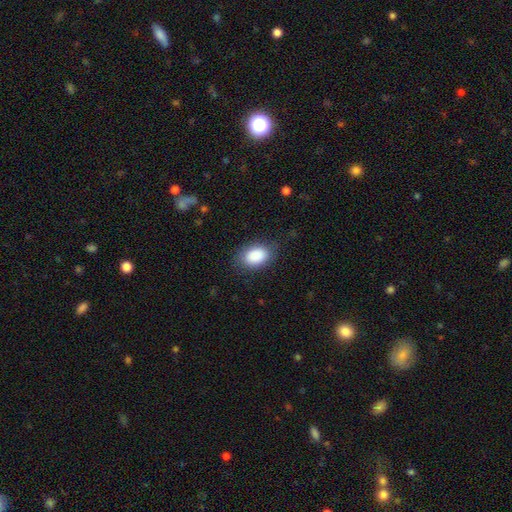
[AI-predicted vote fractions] The model was most divided on "merging": none: 82%, minor disturbance: 13%, major disturbance: 4%, merger: 1%. More confident: smooth or featured — smooth (89%); how rounded — in between (87%).